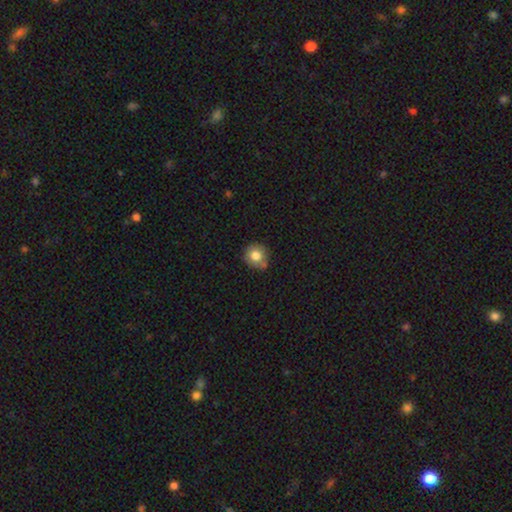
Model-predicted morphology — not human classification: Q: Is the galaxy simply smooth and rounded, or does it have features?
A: smooth — 80%.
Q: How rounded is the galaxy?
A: round — 87%.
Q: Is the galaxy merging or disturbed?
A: none — 69%.